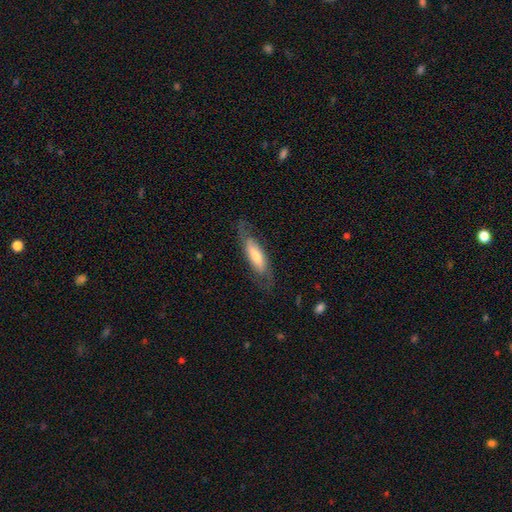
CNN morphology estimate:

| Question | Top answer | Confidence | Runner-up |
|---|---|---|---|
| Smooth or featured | featured or disk | 50% | smooth (44%) |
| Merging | none | 70% | minor disturbance (19%) |